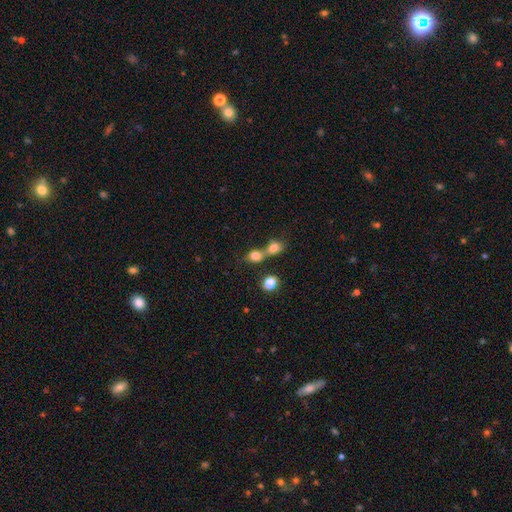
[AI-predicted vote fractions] smooth 79%, star or artifact 12%, featured or disk 9%. Down the decision tree: how rounded — round (62%); merging — merger (55%).